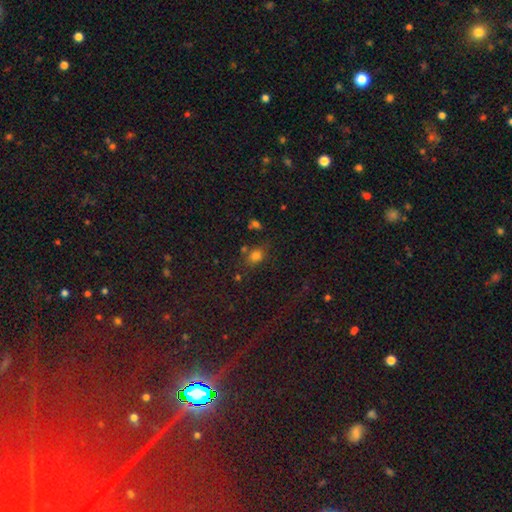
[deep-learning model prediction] Overall: smooth (73%). How rounded: round (50%; in between 48%). Merging: none (66%).